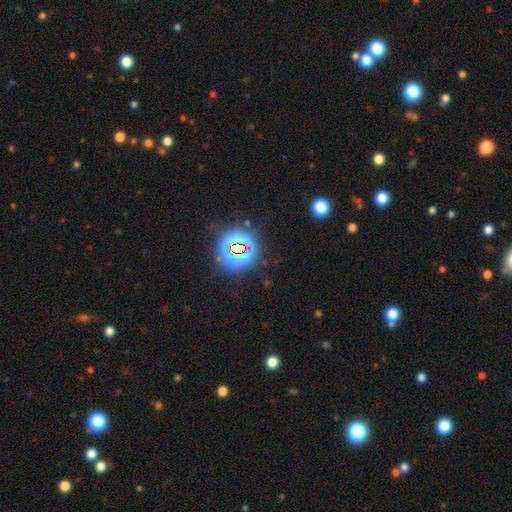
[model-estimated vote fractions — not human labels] The model was most divided on "smooth or featured": star or artifact: 83%, smooth: 11%, featured or disk: 6%.